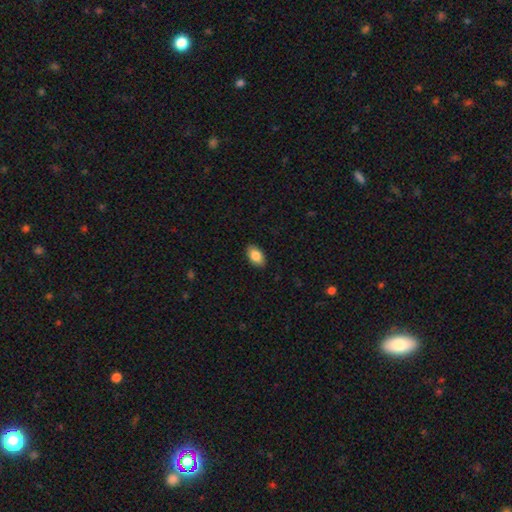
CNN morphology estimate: Q: Smooth or featured?
A: smooth (86%); runner-up: star or artifact (7%)
Q: How rounded?
A: in between (92%); runner-up: round (6%)
Q: Merging?
A: none (89%); runner-up: minor disturbance (8%)